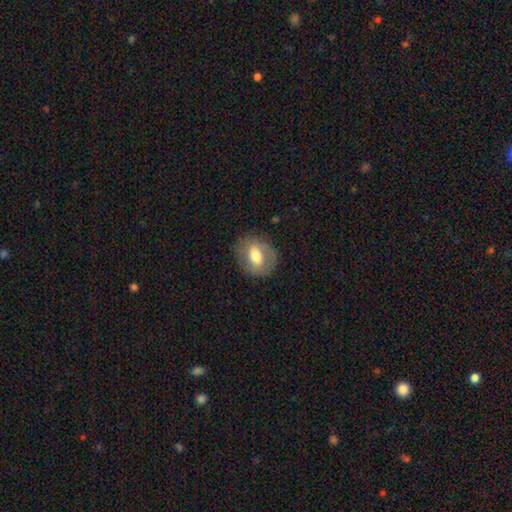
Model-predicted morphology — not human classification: Smooth or featured?
  - smooth: 54% *
  - featured or disk: 39%
  - star or artifact: 7%
How rounded?
  - round: 52% *
  - in between: 47%
  - cigar-shaped: 1%
Merging?
  - none: 78% *
  - minor disturbance: 14%
  - major disturbance: 6%
  - merger: 1%